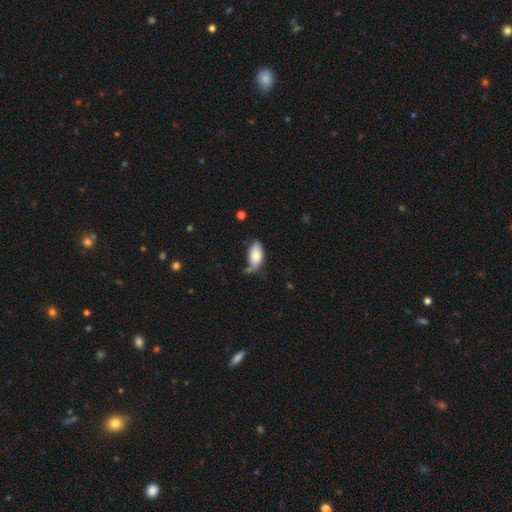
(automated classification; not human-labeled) A smooth galaxy with no disk features (81%) that is in between round and cigar-shaped (93%). Merging: none (55%).